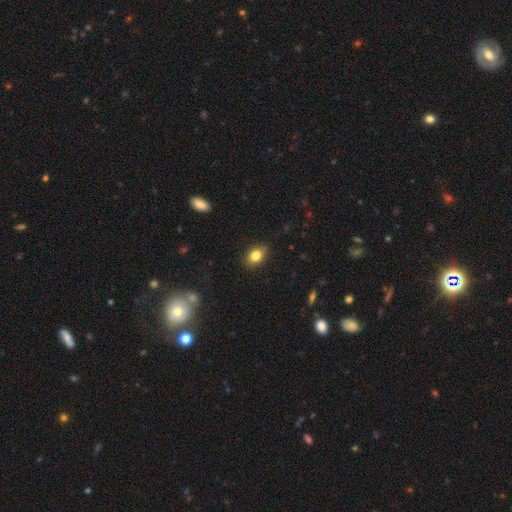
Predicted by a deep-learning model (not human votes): A smooth galaxy with no disk features (82%) that is in between round and cigar-shaped (73%). Merging: none (83%).